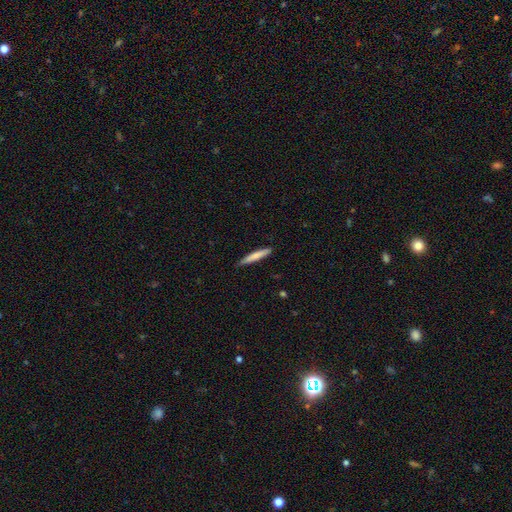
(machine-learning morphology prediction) smooth 73%, featured or disk 21%, star or artifact 6%. Down the decision tree: how rounded — cigar-shaped (94%); merging — none (84%).